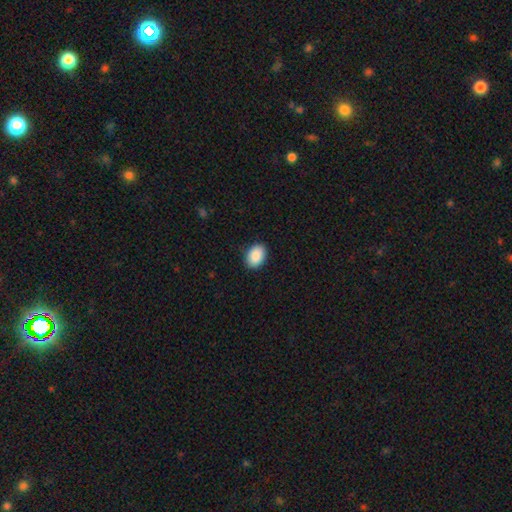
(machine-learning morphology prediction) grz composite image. It shows a smooth galaxy with no disk features (90%) that is in between round and cigar-shaped (81%). Merging: none (89%).